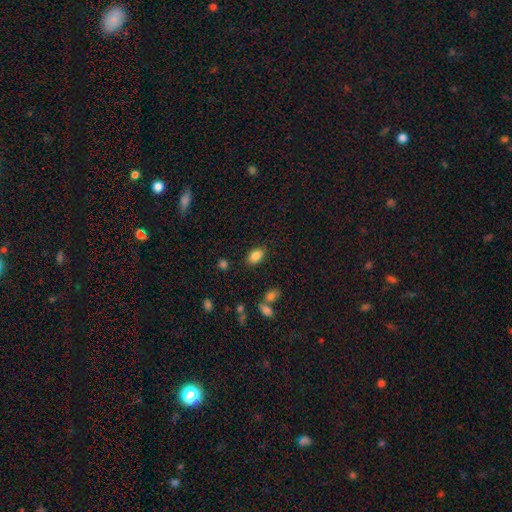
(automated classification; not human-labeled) The model was most divided on "merging": none: 84%, minor disturbance: 11%, major disturbance: 3%, merger: 2%. More confident: how rounded — in between (89%); smooth or featured — smooth (85%).